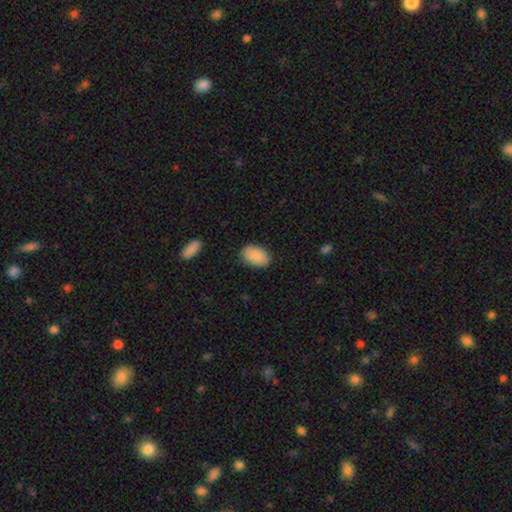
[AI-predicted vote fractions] Smooth or featured: smooth — 89% (star or artifact — 6%)
How rounded: in between — 91% (round — 8%)
Merging: none — 87% (minor disturbance — 9%)